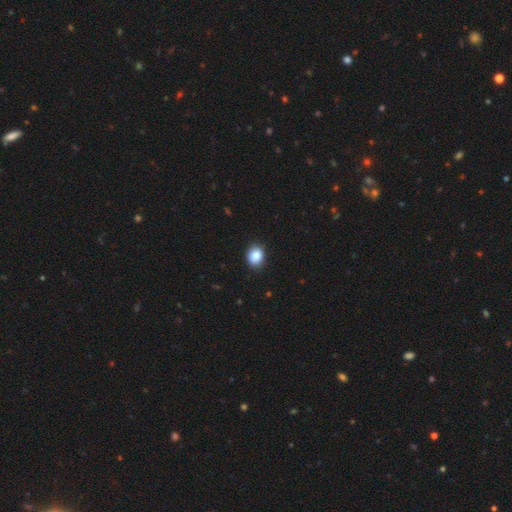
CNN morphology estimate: Overall: smooth (87%). How rounded: in between (55%; round 44%). Merging: none (86%).